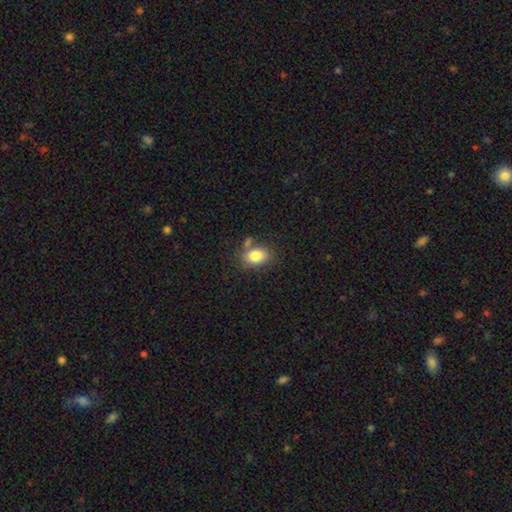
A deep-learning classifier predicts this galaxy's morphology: This appears to be a smooth galaxy with no disk features (82%) that is in between round and cigar-shaped (77%). Merging: none (64%).